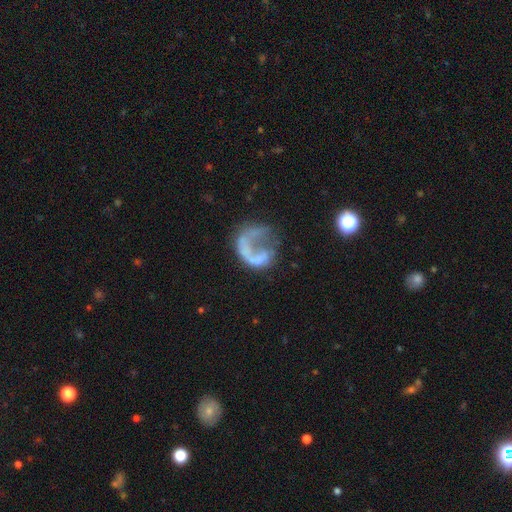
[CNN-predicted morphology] type=featured or disk (61%); edge-on=no (98%); bar=no (86%); spiral arms=no (64%); bulge=none (75%); merging=major disturbance (45%).